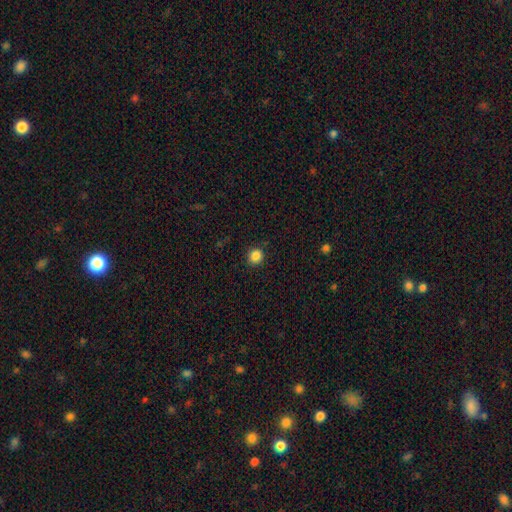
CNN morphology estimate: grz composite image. It shows a smooth galaxy with no disk features (85%) that is round (92%). Merging: none (91%).